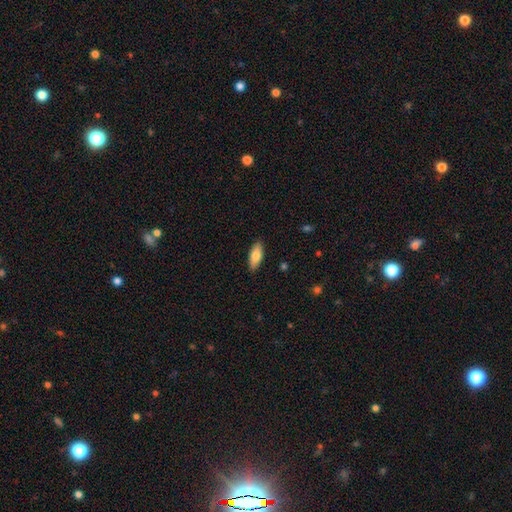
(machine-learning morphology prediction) Smooth or featured: smooth — 82% (featured or disk — 12%)
How rounded: in between — 79% (cigar-shaped — 19%)
Merging: none — 88% (minor disturbance — 9%)